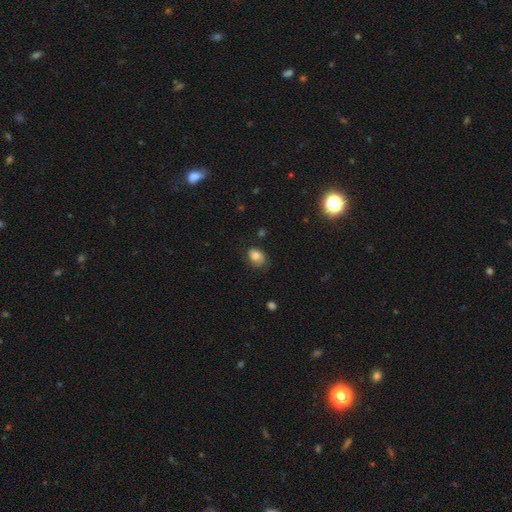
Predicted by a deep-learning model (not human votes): Morphology: type=smooth (73%); roundness=in between (66%); merging=none (61%).